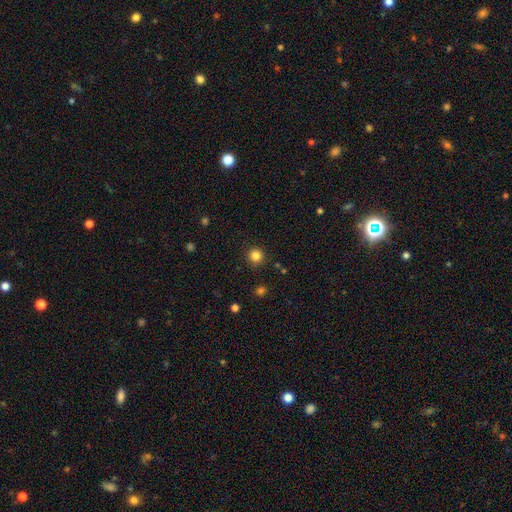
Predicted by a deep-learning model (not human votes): smooth-or-featured: smooth: 83% | star or artifact: 12% | featured or disk: 4%
  how-rounded: round: 95% | in between: 4% | cigar-shaped: 1%
  merging: none: 91% | minor disturbance: 6% | major disturbance: 2% | merger: 1%